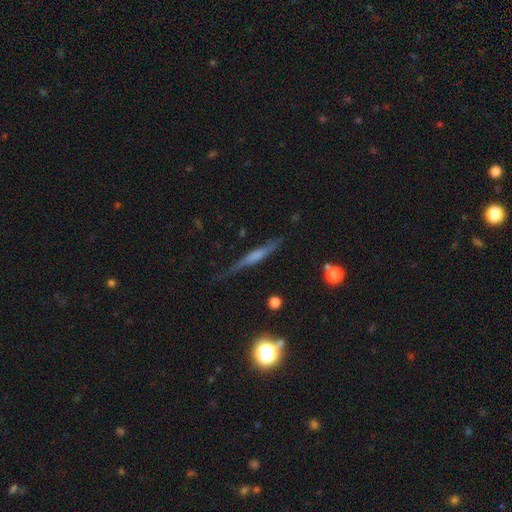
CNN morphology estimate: featured or disk 53%, smooth 38%, star or artifact 9%. Down the decision tree: edge-on disk — yes (92%); merging — none (67%).